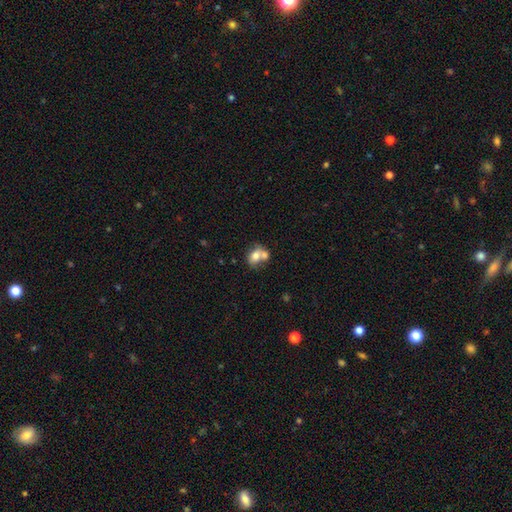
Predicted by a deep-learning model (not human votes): Smooth or featured? Predicted: smooth (p=0.71). How rounded? Predicted: in between (p=0.59). Merging? Predicted: merger (p=0.55).